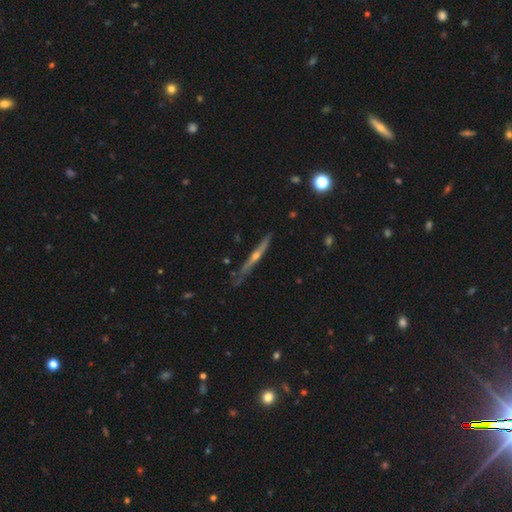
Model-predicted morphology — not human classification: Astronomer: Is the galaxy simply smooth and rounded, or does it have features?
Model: featured or disk — 74%.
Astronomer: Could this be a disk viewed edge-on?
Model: yes — 97%.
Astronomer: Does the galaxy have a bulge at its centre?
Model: rounded — 81%.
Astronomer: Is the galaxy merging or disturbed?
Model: none — 78%.